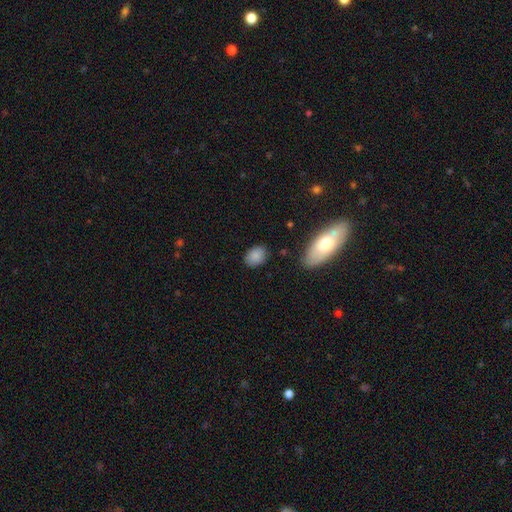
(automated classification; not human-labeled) Smooth or featured? Predicted: smooth (p=0.86). How rounded? Predicted: in between (p=0.79). Merging? Predicted: none (p=0.81).